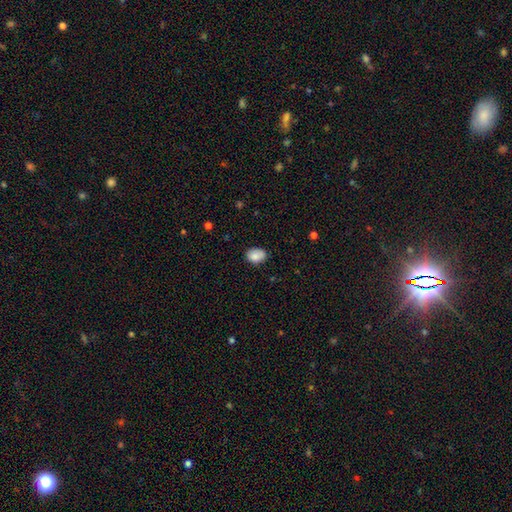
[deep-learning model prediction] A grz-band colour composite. It shows a smooth galaxy with no disk features (86%) that is in between round and cigar-shaped (77%). Merging: none (75%).